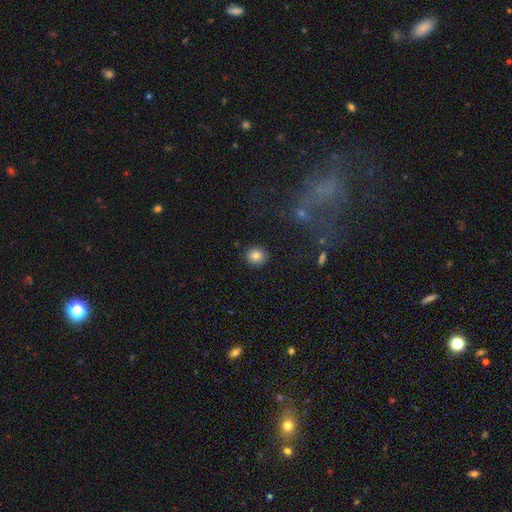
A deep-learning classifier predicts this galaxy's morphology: Smooth or featured: smooth — 84% (star or artifact — 10%)
How rounded: round — 84% (in between — 15%)
Merging: none — 90% (minor disturbance — 6%)